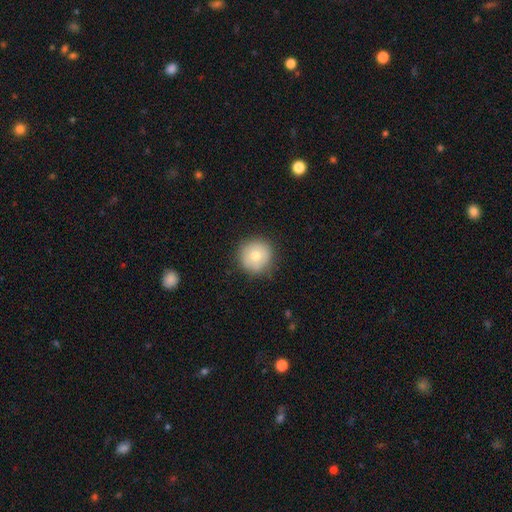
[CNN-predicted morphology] A smooth galaxy with no disk features (71%) that is round (95%).

Vote fractions:
- Smooth or featured? smooth: 71% / featured or disk: 20% / star or artifact: 9%
- How rounded? round: 95% / in between: 4% / cigar-shaped: 1%
- Merging? none: 86% / minor disturbance: 10% / major disturbance: 2% / merger: 1%